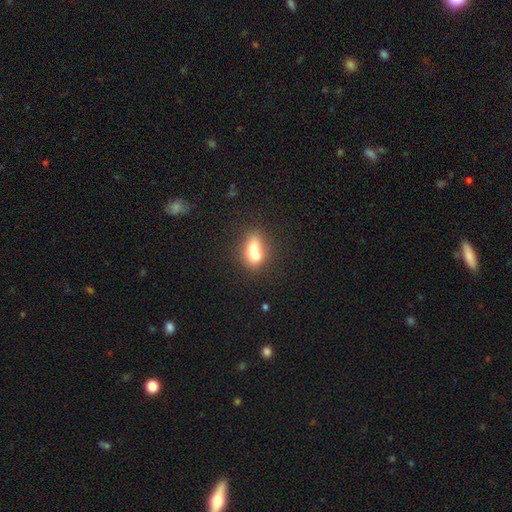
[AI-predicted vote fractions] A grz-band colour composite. It shows a smooth galaxy with no disk features (69%) that is in between round and cigar-shaped (74%). Merging: merger (49%).